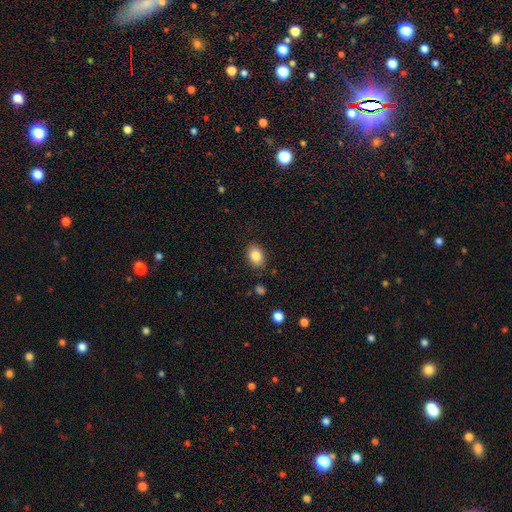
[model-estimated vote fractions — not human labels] This appears to be a smooth galaxy with no disk features (83%) that is in between round and cigar-shaped (75%). Merging: none (85%).